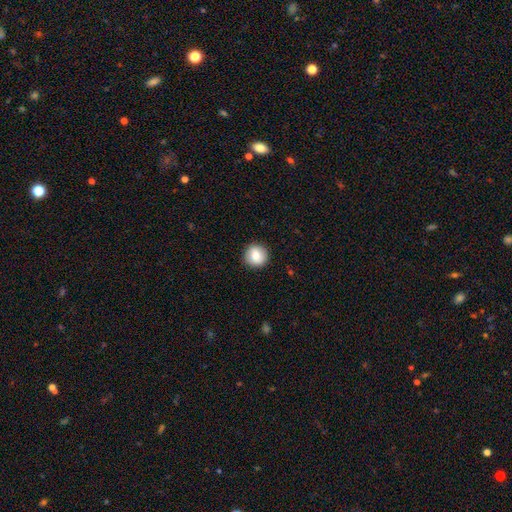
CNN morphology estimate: Overall: smooth (81%). How rounded: round (93%). Merging: none (90%).